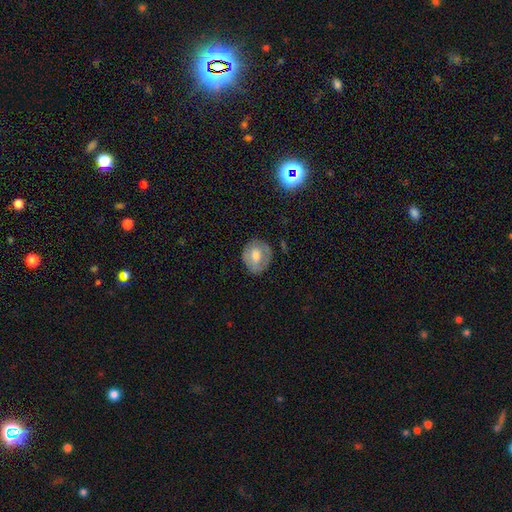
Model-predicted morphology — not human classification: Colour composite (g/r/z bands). It shows a smooth galaxy with no disk features (55%) that is round (66%). Merging: none (77%).